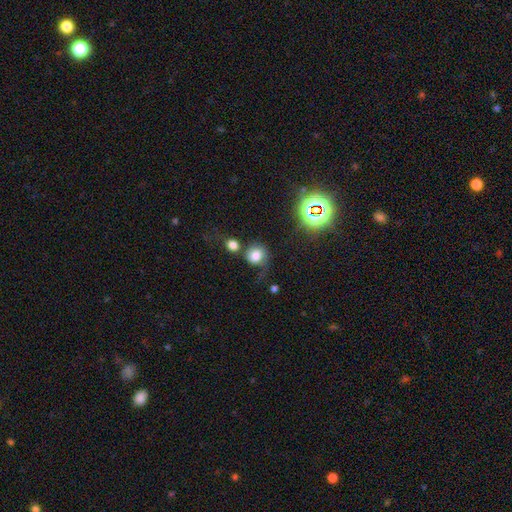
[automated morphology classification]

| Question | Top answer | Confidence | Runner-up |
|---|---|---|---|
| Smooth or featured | smooth | 69% | featured or disk (17%) |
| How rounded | round | 81% | in between (18%) |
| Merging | none | 42% | major disturbance (20%) |